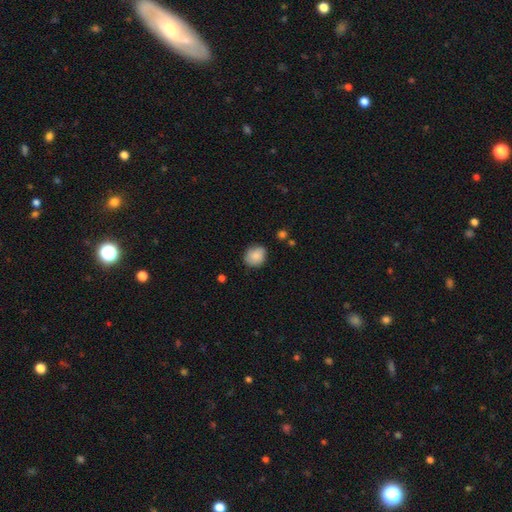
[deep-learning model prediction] A smooth galaxy with no disk features (87%) that is round (65%). Merging: none (78%).